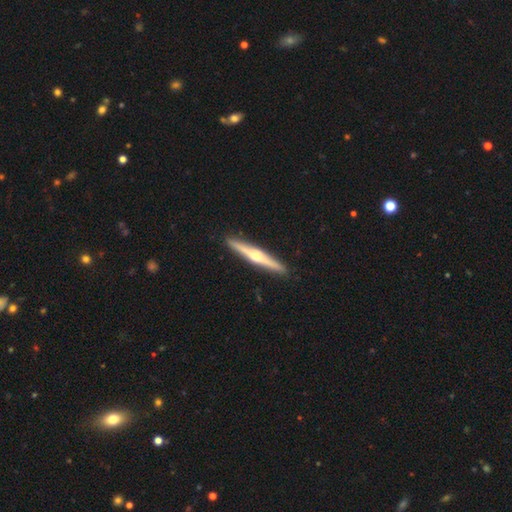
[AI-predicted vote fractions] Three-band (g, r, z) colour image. It shows a featured or disk galaxy (74%) viewed edge-on (98%) with a rounded central bulge (92%). Merging: none (93%).